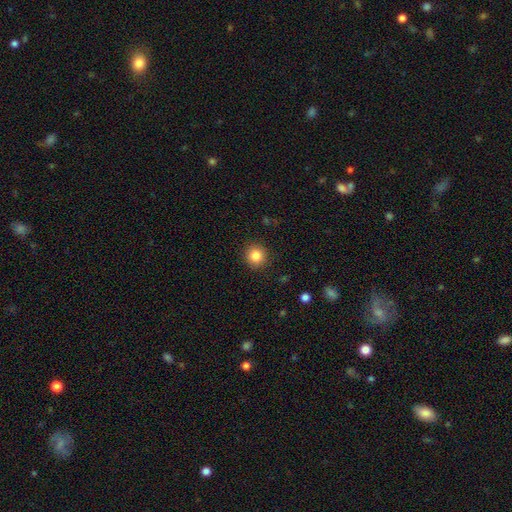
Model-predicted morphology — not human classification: Smooth or featured? smooth (85%)
How rounded? round (92%)
Merging? none (91%)